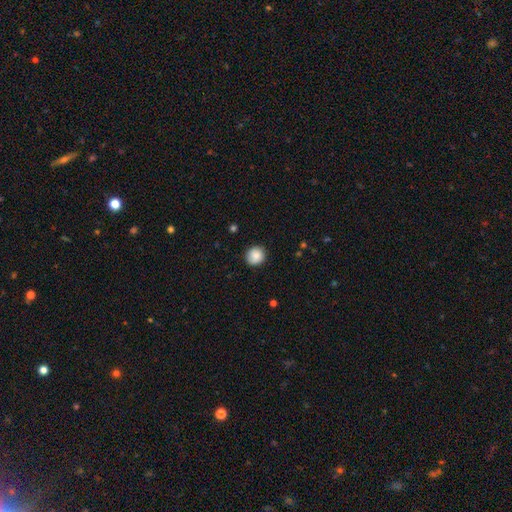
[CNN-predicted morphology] Smooth or featured? smooth (82%)
How rounded? round (88%)
Merging? none (84%)